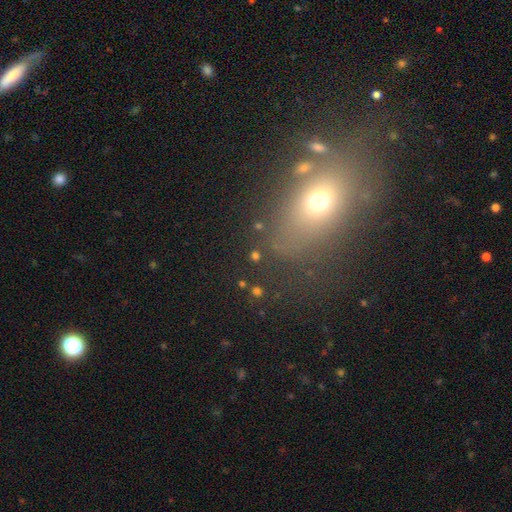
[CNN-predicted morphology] smooth 50%, star or artifact 34%, featured or disk 16%. Down the decision tree: how rounded — round (59%); merging — none (67%).